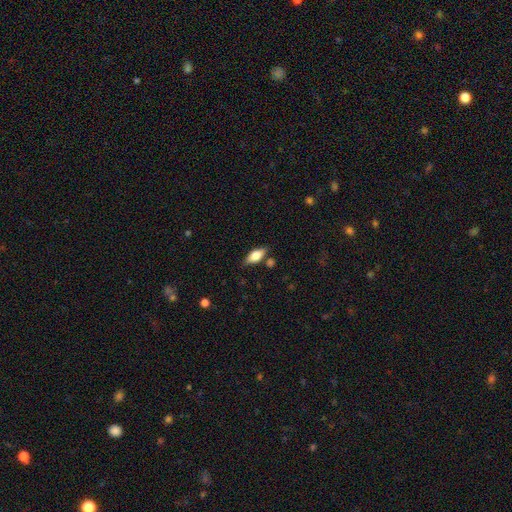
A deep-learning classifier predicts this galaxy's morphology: This appears to be a smooth galaxy with no disk features (67%) that is in between round and cigar-shaped (81%). Merging: none (76%).